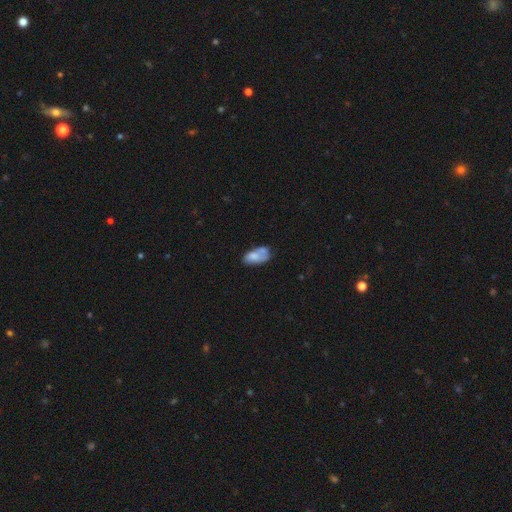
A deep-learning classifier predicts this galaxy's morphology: smooth 64%, featured or disk 28%, star or artifact 8%. Down the decision tree: how rounded — in between (91%); merging — merger (34%).